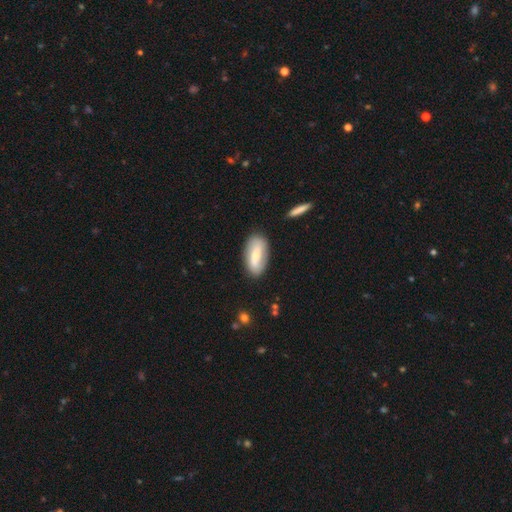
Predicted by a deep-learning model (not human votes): Q: Smooth or featured?
A: smooth (54%); runner-up: featured or disk (40%)
Q: How rounded?
A: in between (87%); runner-up: cigar-shaped (10%)
Q: Merging?
A: none (84%); runner-up: minor disturbance (11%)